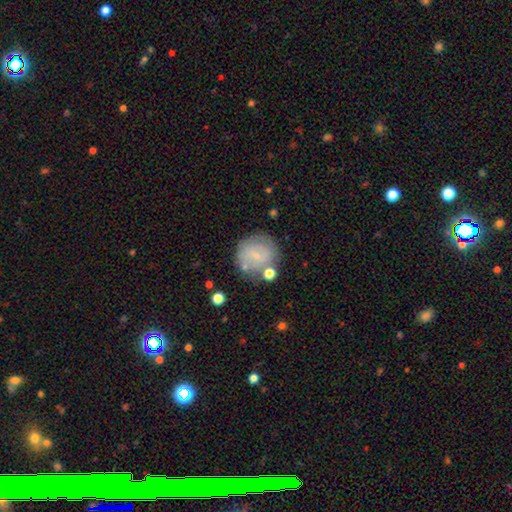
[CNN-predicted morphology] This is likely a smooth galaxy (61%). How rounded: clearly round (90%). Merging: likely none (69%).